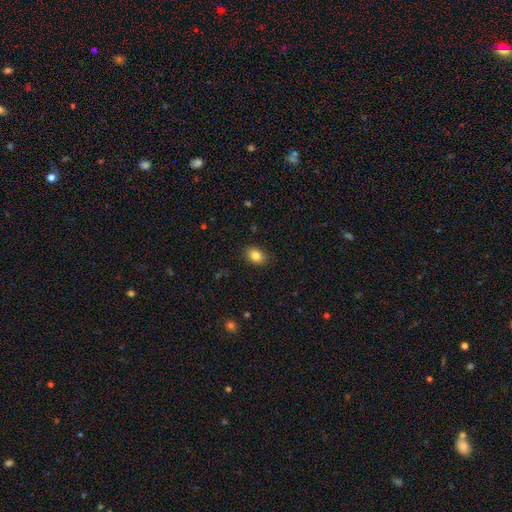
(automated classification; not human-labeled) Smooth or featured?
  - smooth: 84% *
  - star or artifact: 9%
  - featured or disk: 7%
How rounded?
  - in between: 76% *
  - round: 23%
  - cigar-shaped: 1%
Merging?
  - none: 88% *
  - minor disturbance: 9%
  - major disturbance: 2%
  - merger: 1%